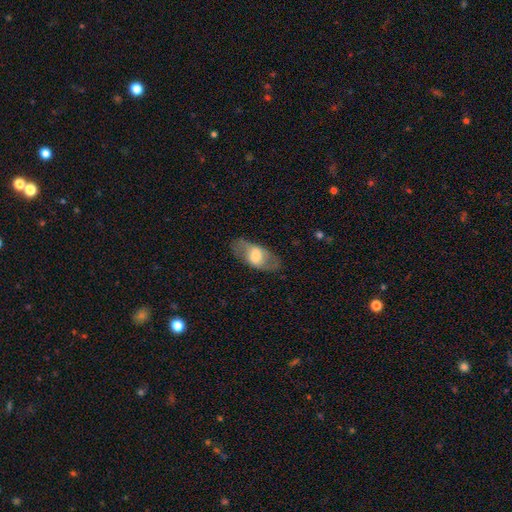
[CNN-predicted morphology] This appears to be a smooth galaxy with no disk features (51%) that is in between round and cigar-shaped (87%). Merging: none (76%).